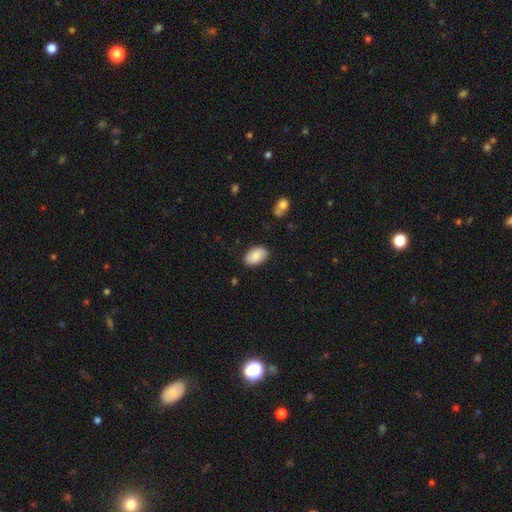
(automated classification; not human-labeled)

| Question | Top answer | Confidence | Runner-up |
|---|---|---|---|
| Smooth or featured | smooth | 85% | featured or disk (9%) |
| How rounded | in between | 93% | round (6%) |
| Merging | none | 85% | minor disturbance (11%) |